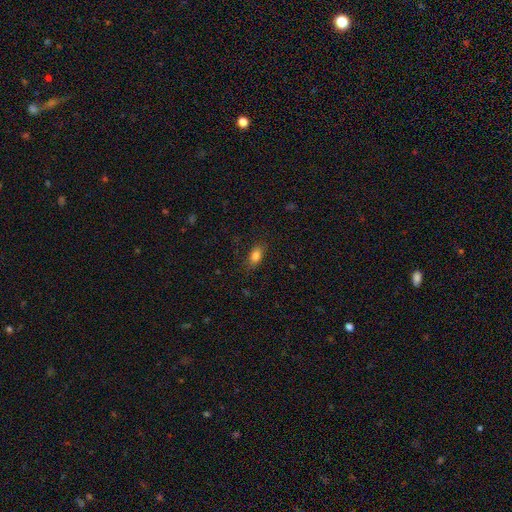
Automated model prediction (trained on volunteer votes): A smooth galaxy with no disk features (83%) that is in between round and cigar-shaped (84%). Merging: none (83%).